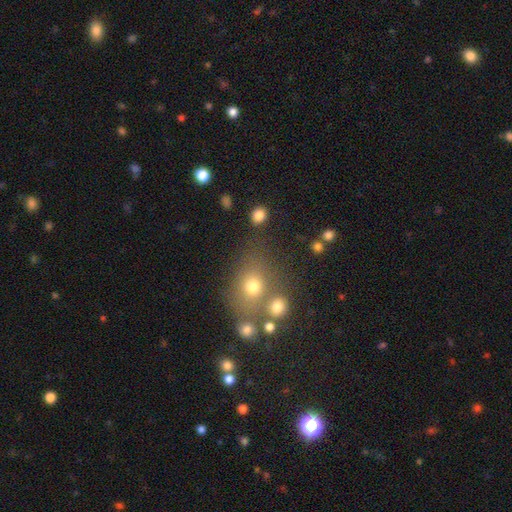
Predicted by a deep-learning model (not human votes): This is possibly a smooth galaxy (58%). How rounded: possibly round (60%). Merging: likely none (62%).